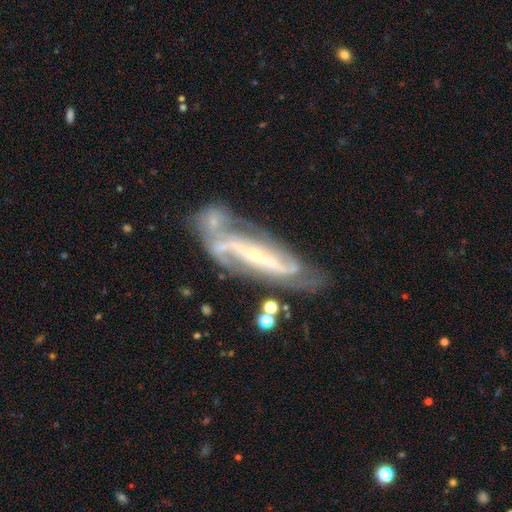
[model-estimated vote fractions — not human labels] The model was most divided on "spiral winding": medium: 41%, tight: 30%, loose: 28%. Remaining: spiral arms — yes (93%); smooth or featured — featured or disk (86%); edge-on disk — no (83%); bulge size — small (76%); spiral arm count — 2 (74%); merging — none (51%); bar — strong (49%).